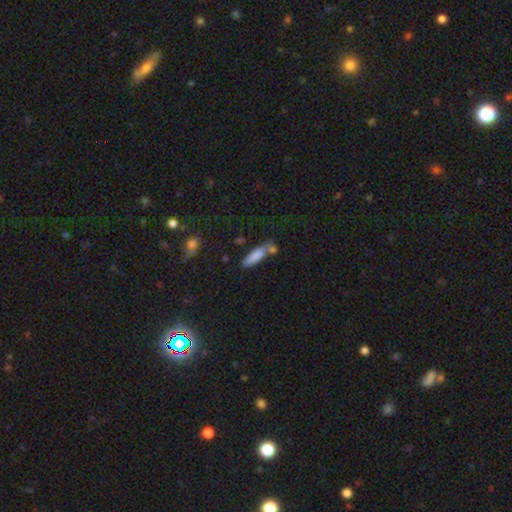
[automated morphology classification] Smooth or featured? Predicted: smooth (p=0.82). How rounded? Predicted: cigar-shaped (p=0.61). Merging? Predicted: none (p=0.56).